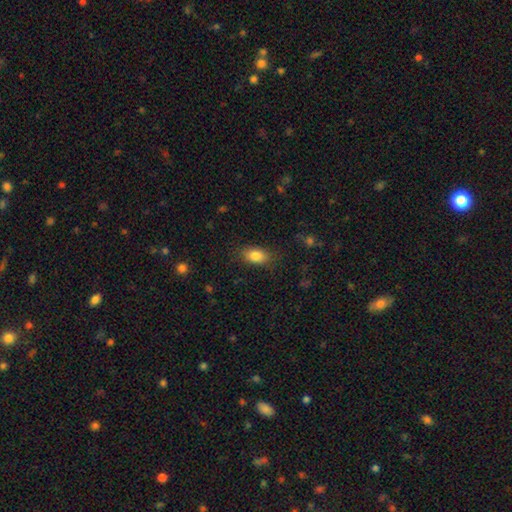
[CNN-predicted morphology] smooth 85%, star or artifact 8%, featured or disk 7%. Down the decision tree: how rounded — in between (88%); merging — none (82%).